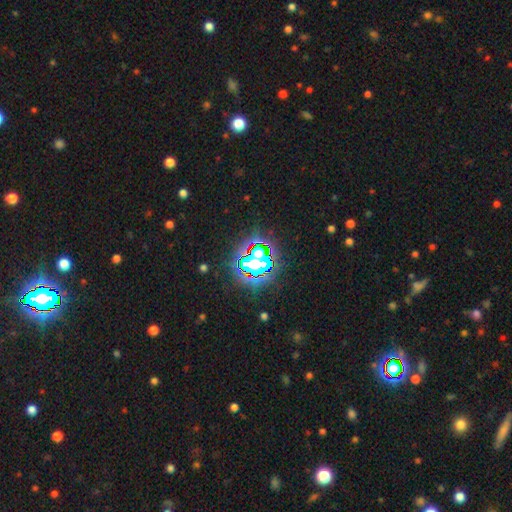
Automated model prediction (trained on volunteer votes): smooth_or_featured: star or artifact (p=0.71) [alt: smooth p=0.17]